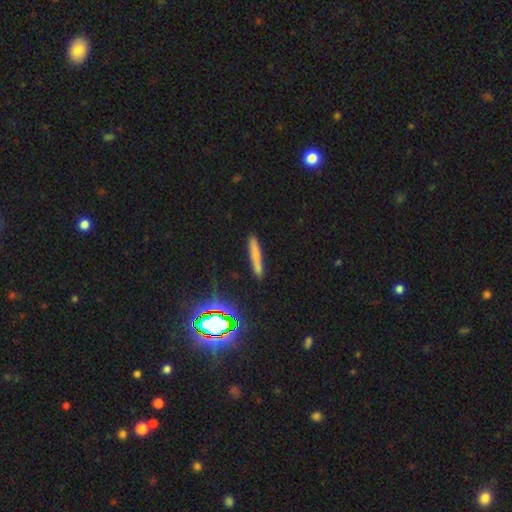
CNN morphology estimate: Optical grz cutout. It shows a smooth galaxy with no disk features (66%) that is cigar-shaped (94%). Merging: none (87%).